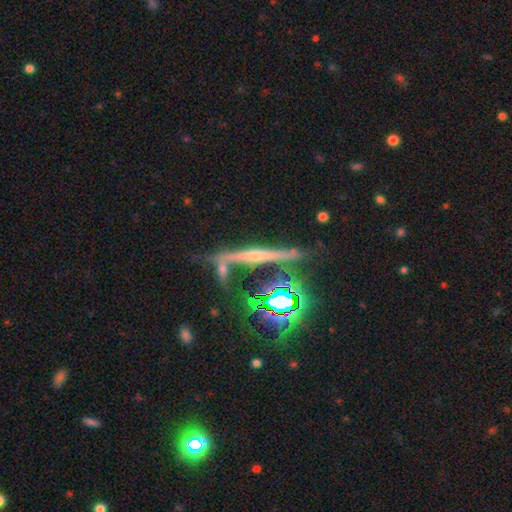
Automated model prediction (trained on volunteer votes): Smooth or featured: featured or disk — 63% (star or artifact — 21%)
Edge-on disk: yes — 93% (no — 7%)
Edge-on bulge: rounded — 70% (none — 22%)
Merging: none — 69% (minor disturbance — 15%)